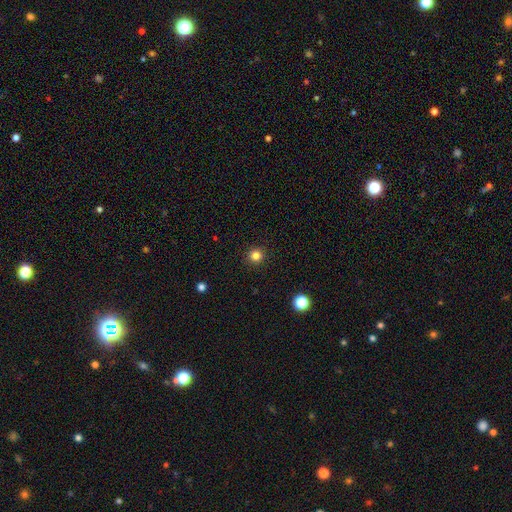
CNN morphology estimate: Overall: smooth (83%). How rounded: round (95%). Merging: none (93%).